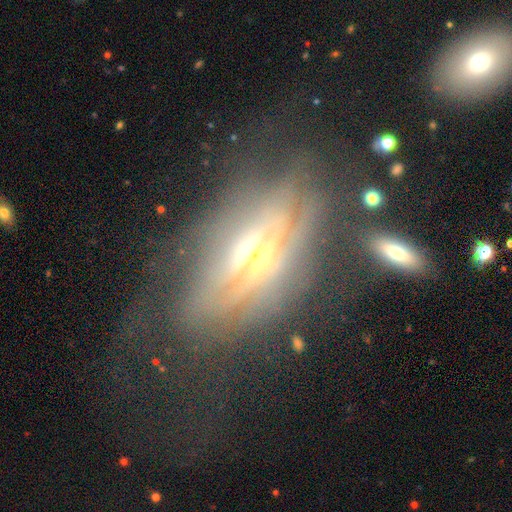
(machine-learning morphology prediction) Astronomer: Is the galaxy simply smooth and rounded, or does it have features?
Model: featured or disk — 72%.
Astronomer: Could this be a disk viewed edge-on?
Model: yes — 65%.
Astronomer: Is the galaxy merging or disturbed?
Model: none — 50% (runner-up: major disturbance, 26%).